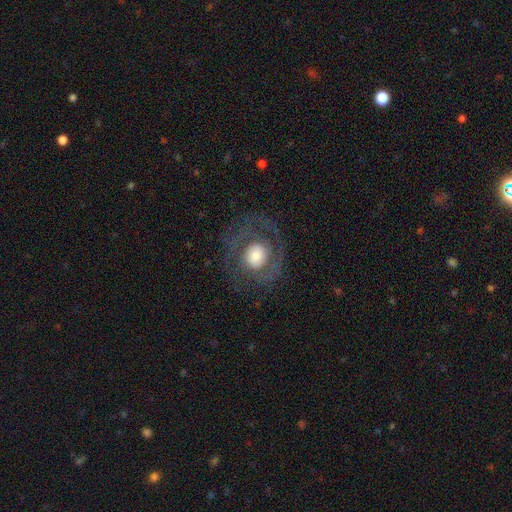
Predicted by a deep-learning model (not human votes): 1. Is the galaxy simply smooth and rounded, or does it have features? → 66% featured or disk, 26% smooth, 7% star or artifact.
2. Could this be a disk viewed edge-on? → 97% no, 3% yes.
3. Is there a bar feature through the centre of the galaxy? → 74% no, 20% weak, 6% strong.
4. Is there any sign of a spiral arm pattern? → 75% yes, 25% no.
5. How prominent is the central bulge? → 44% large, 35% moderate, 11% small, 8% dominant, 2% none.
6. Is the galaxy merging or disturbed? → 71% none, 14% minor disturbance, 14% major disturbance, 1% merger.